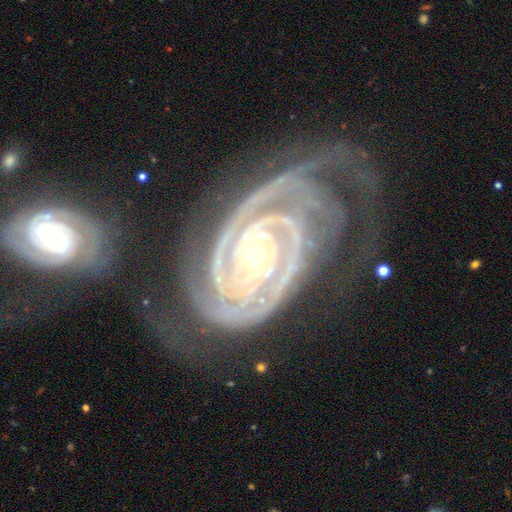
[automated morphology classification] Smooth or featured: featured or disk — 93% (star or artifact — 4%)
Edge-on disk: no — 97% (yes — 3%)
Bar: no — 45% (weak — 29%)
Spiral arms: yes — 99% (no — 1%)
Spiral winding: tight — 84% (medium — 14%)
Spiral arm count: 2 — 38% (3 — 26%)
Bulge size: moderate — 52% (small — 44%)
Merging: none — 43% (minor disturbance — 24%)